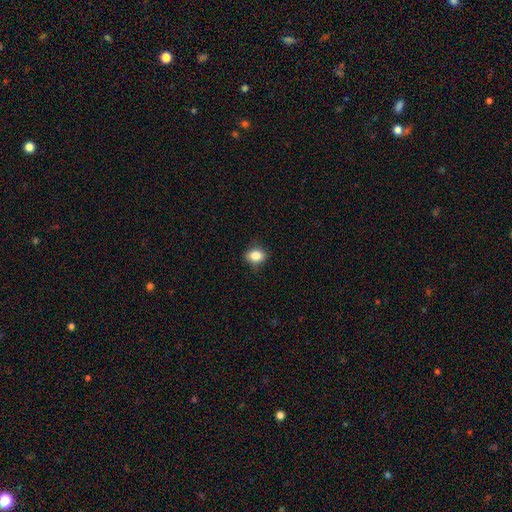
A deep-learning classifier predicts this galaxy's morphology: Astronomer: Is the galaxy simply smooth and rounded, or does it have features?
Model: smooth — 85%.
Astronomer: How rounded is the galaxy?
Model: in between — 56% (runner-up: round, 42%).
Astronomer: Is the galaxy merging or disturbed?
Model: none — 84%.